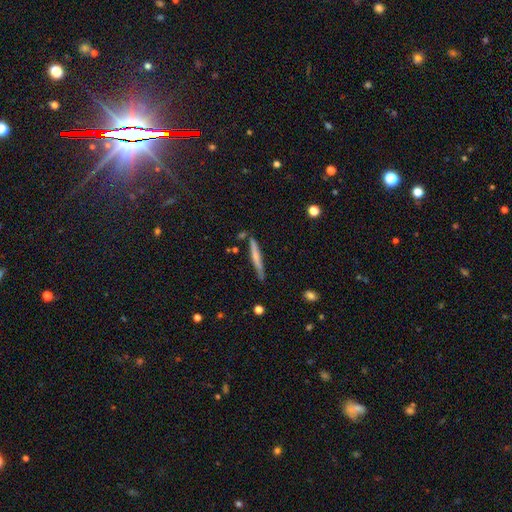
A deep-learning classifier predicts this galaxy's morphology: type=smooth (50%); roundness=cigar-shaped (95%); merging=none (78%).